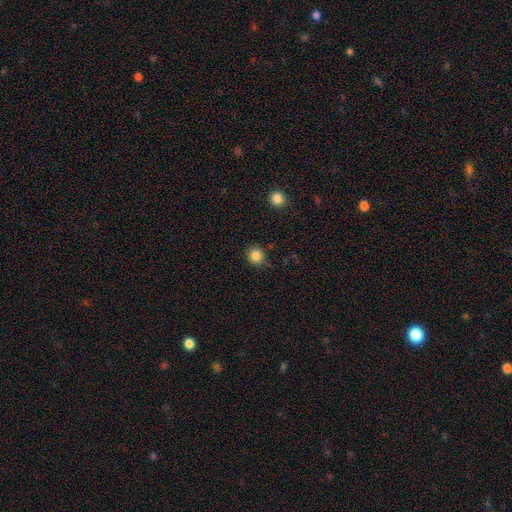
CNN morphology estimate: Smooth or featured?
  - smooth: 84% *
  - star or artifact: 11%
  - featured or disk: 4%
How rounded?
  - round: 91% *
  - in between: 8%
  - cigar-shaped: 1%
Merging?
  - none: 85% *
  - minor disturbance: 10%
  - major disturbance: 2%
  - merger: 2%